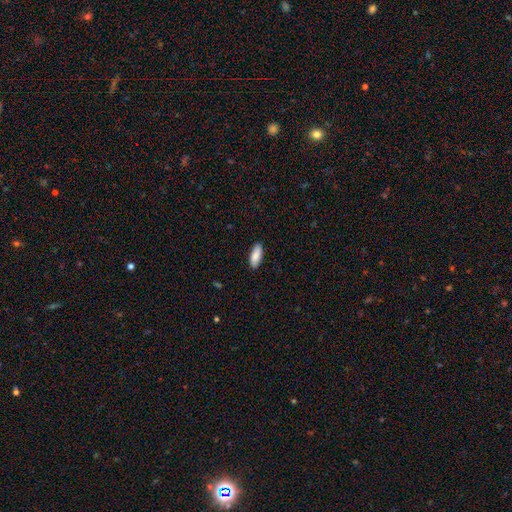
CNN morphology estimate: Overall: smooth (86%). How rounded: in between (75%). Merging: none (89%).